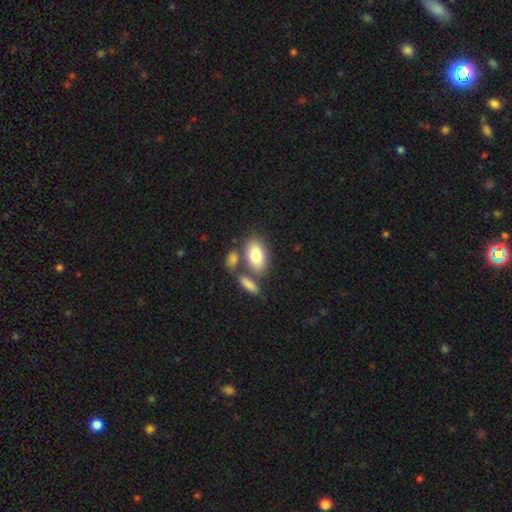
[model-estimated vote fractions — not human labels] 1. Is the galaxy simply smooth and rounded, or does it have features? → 78% smooth, 15% featured or disk, 7% star or artifact.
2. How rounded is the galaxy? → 90% in between, 7% round, 3% cigar-shaped.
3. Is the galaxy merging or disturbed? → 58% none, 27% merger, 11% minor disturbance, 4% major disturbance.